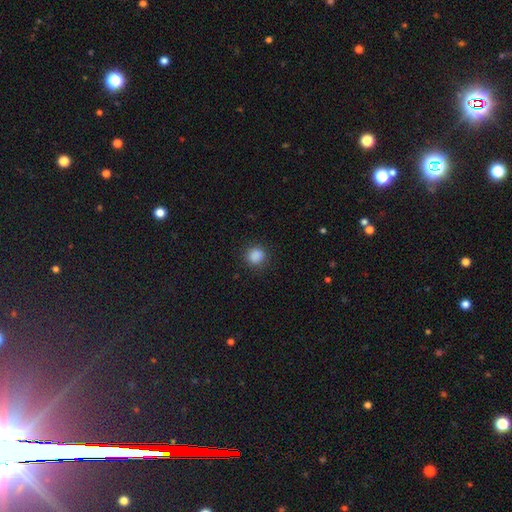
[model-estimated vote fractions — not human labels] Smooth or featured? smooth (85%)
How rounded? round (88%)
Merging? none (83%)